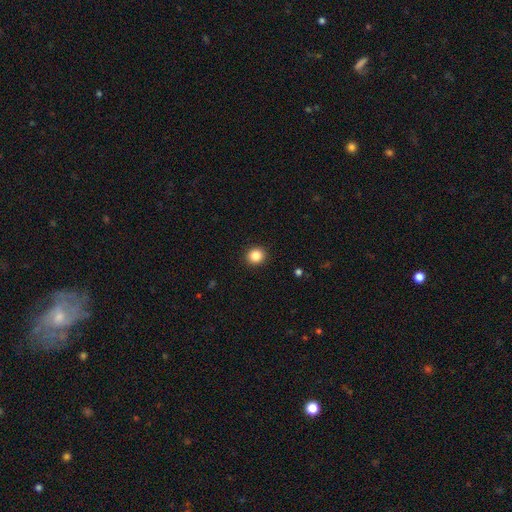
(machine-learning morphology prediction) smooth-or-featured: smooth: 85% | star or artifact: 11% | featured or disk: 5%
  how-rounded: round: 87% | in between: 12% | cigar-shaped: 1%
  merging: none: 92% | minor disturbance: 5% | major disturbance: 2% | merger: 1%